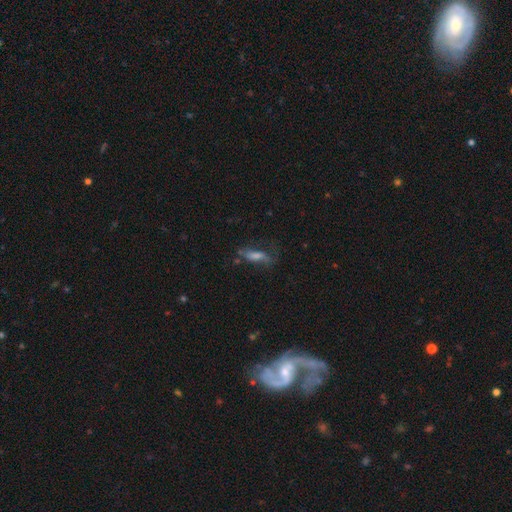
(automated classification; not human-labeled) Smooth or featured: smooth — 48% (featured or disk — 35%)
Merging: none — 49% (minor disturbance — 24%)